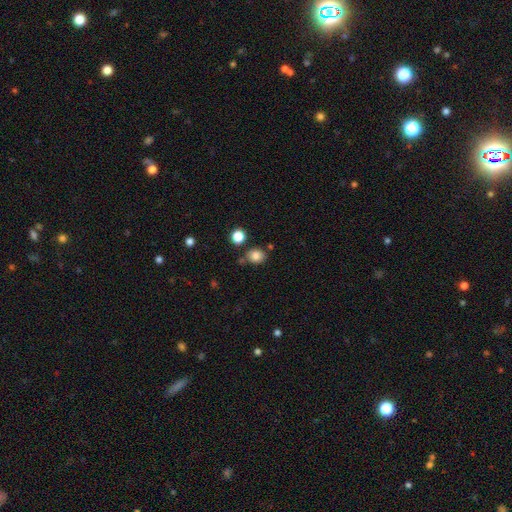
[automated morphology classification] Smooth or featured? smooth (83%)
How rounded? round (67%)
Merging? none (75%)